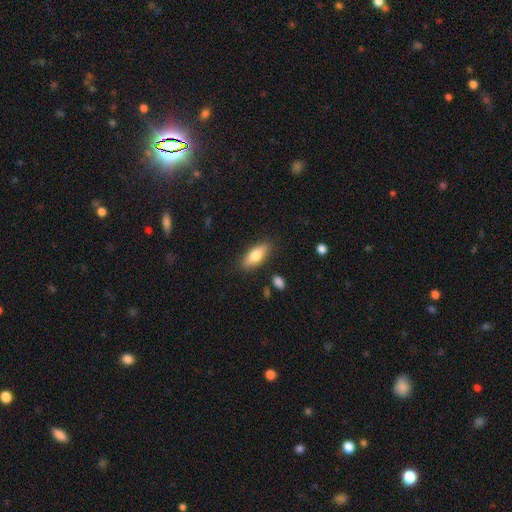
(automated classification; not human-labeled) Smooth or featured? Predicted: smooth (p=0.71). How rounded? Predicted: in between (p=0.74). Merging? Predicted: none (p=0.85).